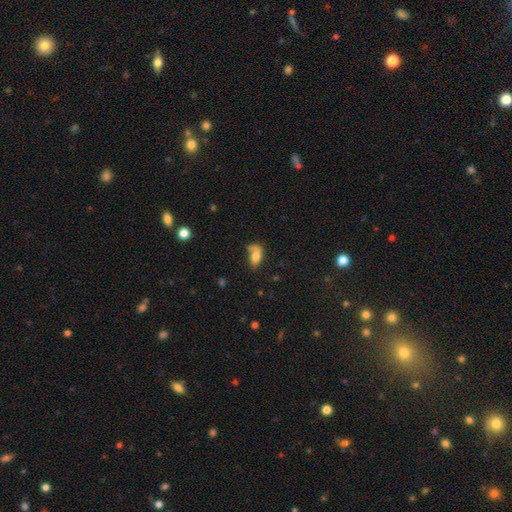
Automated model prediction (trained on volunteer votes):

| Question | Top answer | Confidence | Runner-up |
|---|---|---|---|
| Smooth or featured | smooth | 68% | featured or disk (22%) |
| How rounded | in between | 86% | round (9%) |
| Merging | none | 37% | minor disturbance (24%) |